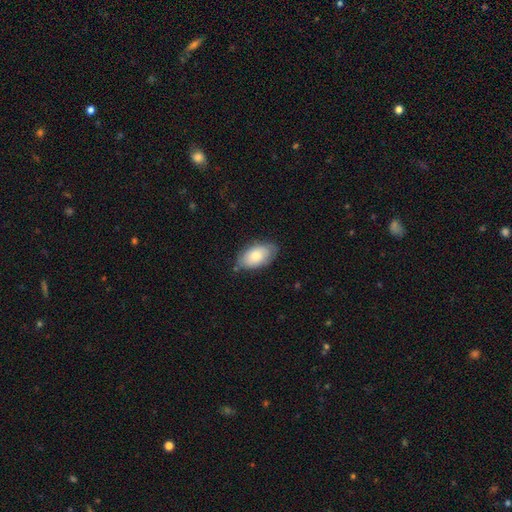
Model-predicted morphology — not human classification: type=smooth (74%); roundness=in between (94%); merging=none (73%).